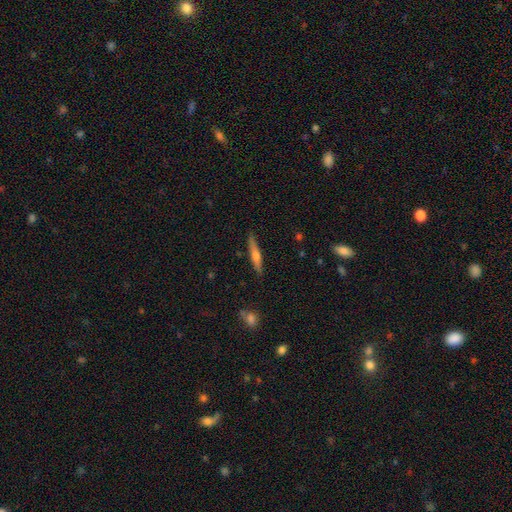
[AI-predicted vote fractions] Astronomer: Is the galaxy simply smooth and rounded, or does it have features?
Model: featured or disk — 49% (runner-up: smooth, 45%).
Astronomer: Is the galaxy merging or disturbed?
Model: none — 86%.